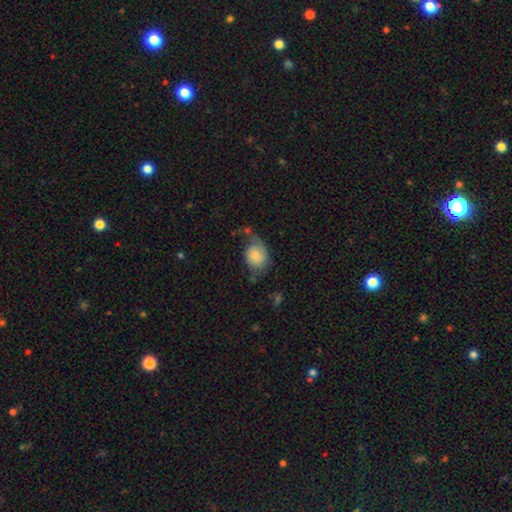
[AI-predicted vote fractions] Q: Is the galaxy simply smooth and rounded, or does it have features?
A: smooth — 61%.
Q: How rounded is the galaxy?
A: in between — 57%.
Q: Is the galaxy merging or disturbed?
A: none — 34%.